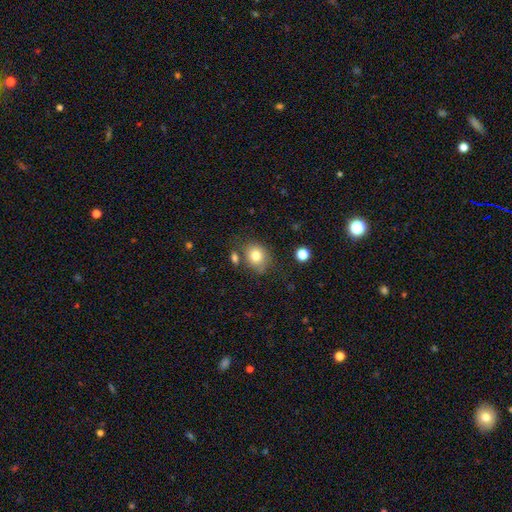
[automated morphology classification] Smooth or featured?
  - smooth: 79% *
  - star or artifact: 10%
  - featured or disk: 10%
How rounded?
  - round: 62% *
  - in between: 37%
  - cigar-shaped: 1%
Merging?
  - none: 68% *
  - minor disturbance: 17%
  - merger: 9%
  - major disturbance: 6%